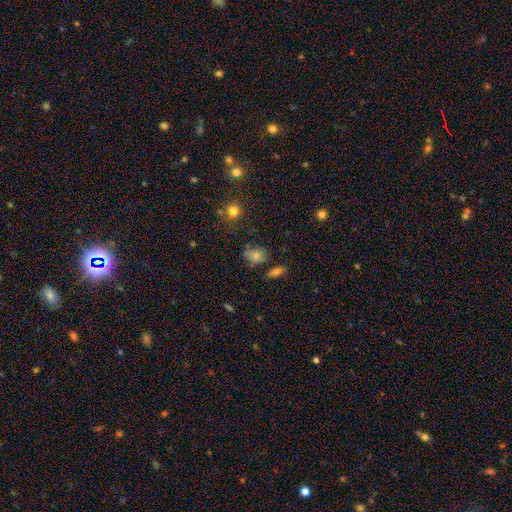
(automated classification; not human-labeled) Smooth or featured? smooth (73%)
How rounded? in between (56%)
Merging? none (62%)